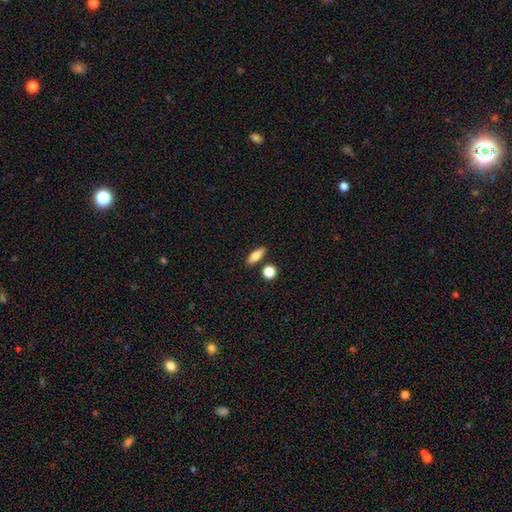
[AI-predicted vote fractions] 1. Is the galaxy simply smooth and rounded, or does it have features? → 73% smooth, 19% featured or disk, 8% star or artifact.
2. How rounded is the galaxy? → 64% in between, 28% cigar-shaped, 7% round.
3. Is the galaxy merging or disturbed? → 82% none, 9% minor disturbance, 7% merger, 2% major disturbance.